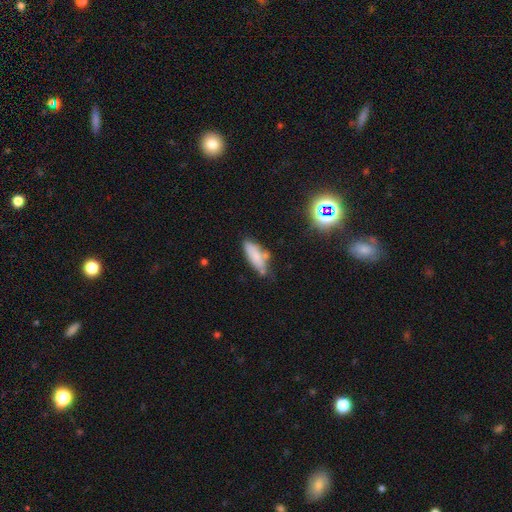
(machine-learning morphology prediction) The model was most divided on "merging": none: 54%, minor disturbance: 28%, merger: 11%, major disturbance: 8%. More confident: smooth or featured — smooth (74%); how rounded — in between (65%).